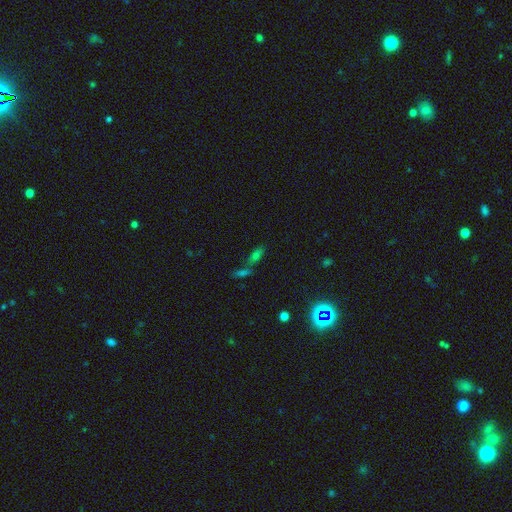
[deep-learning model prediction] The model was most divided on "merging": merger: 45%, none: 41%, minor disturbance: 9%, major disturbance: 5%. More confident: how rounded — in between (67%); smooth or featured — smooth (60%).